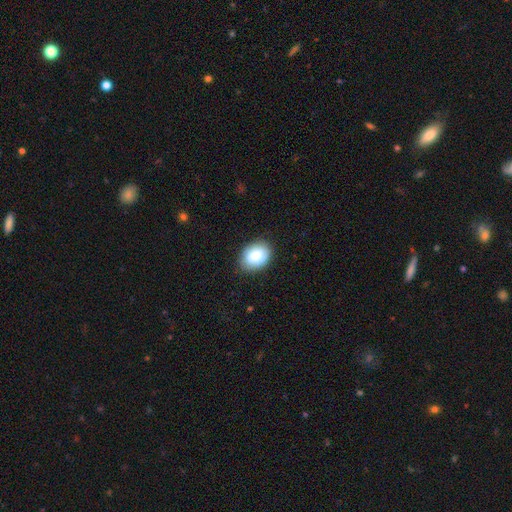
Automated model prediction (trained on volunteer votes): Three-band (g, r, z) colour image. It shows a smooth galaxy with no disk features (74%) that is in between round and cigar-shaped (71%). Merging: none (81%).